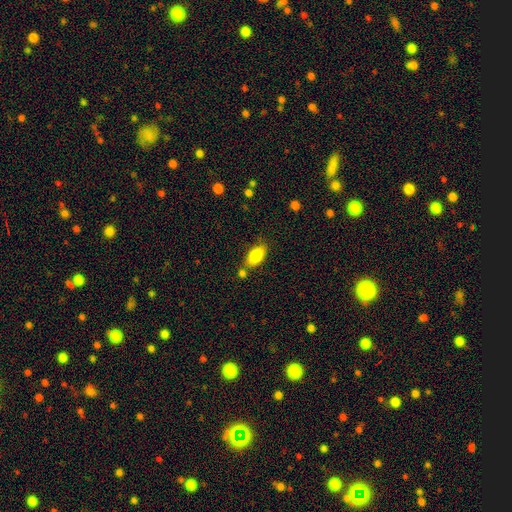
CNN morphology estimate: Q: Smooth or featured?
A: smooth (83%); runner-up: featured or disk (10%)
Q: How rounded?
A: in between (90%); runner-up: cigar-shaped (7%)
Q: Merging?
A: none (70%); runner-up: minor disturbance (14%)